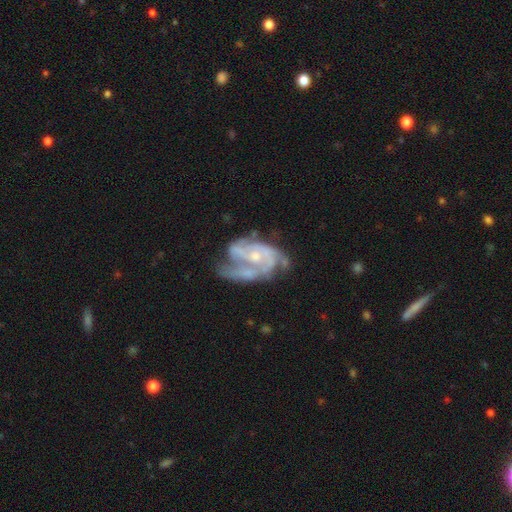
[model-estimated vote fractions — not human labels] featured or disk 86%, smooth 8%, star or artifact 6%. Down the decision tree: edge-on disk — no (98%); bar — no (63%); spiral arms — yes (93%); spiral arm count — 3 (36%); spiral winding — medium (45%); bulge size — small (56%); merging — none (46%).